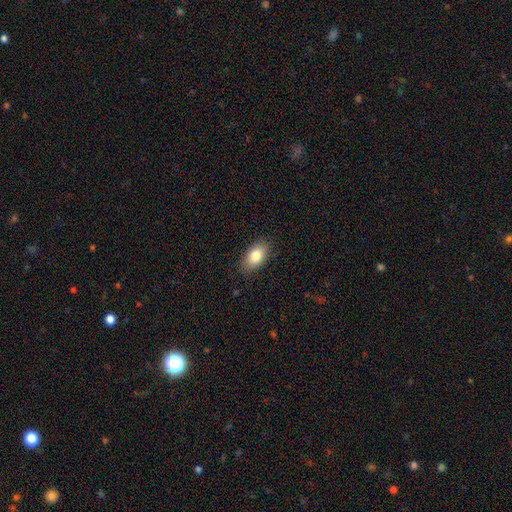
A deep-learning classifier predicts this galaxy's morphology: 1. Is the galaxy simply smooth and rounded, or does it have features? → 84% smooth, 9% featured or disk, 7% star or artifact.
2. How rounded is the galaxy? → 92% in between, 6% round, 2% cigar-shaped.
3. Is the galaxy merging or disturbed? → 86% none, 11% minor disturbance, 2% major disturbance, 1% merger.